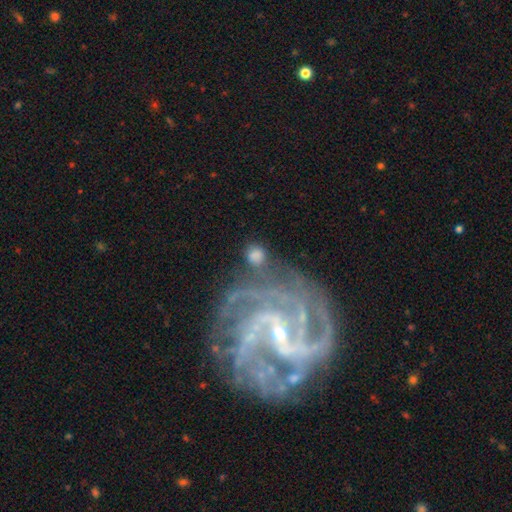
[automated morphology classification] Overall: smooth (64%; featured or disk 24%). How rounded: round (83%). Merging: none (61%).